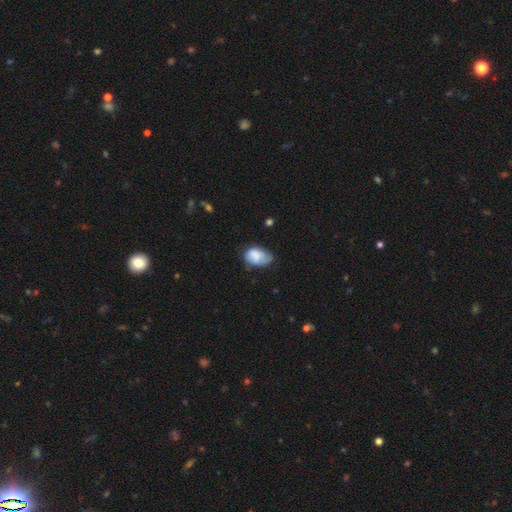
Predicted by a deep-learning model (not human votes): Q: Smooth or featured?
A: smooth (74%); runner-up: featured or disk (18%)
Q: How rounded?
A: in between (82%); runner-up: round (17%)
Q: Merging?
A: minor disturbance (44%); runner-up: none (38%)